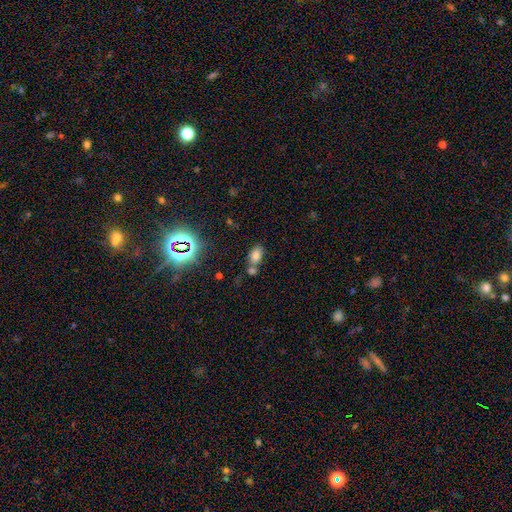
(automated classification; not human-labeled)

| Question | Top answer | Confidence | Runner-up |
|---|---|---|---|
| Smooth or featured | smooth | 74% | star or artifact (17%) |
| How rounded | in between | 86% | round (12%) |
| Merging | none | 50% | merger (33%) |